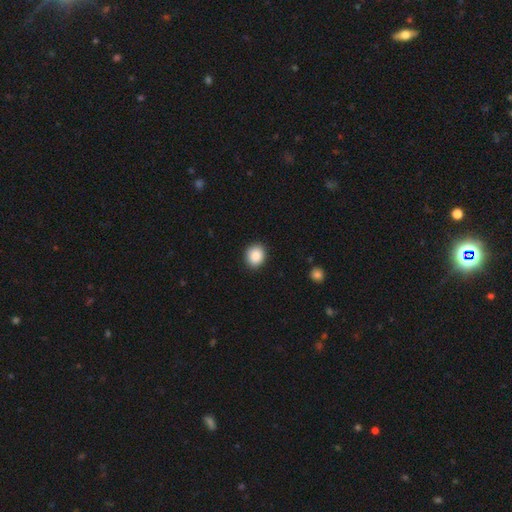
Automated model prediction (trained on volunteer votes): smooth-or-featured: smooth: 89% | star or artifact: 8% | featured or disk: 3%
  how-rounded: round: 70% | in between: 29% | cigar-shaped: 1%
  merging: none: 90% | minor disturbance: 7% | major disturbance: 2% | merger: 1%